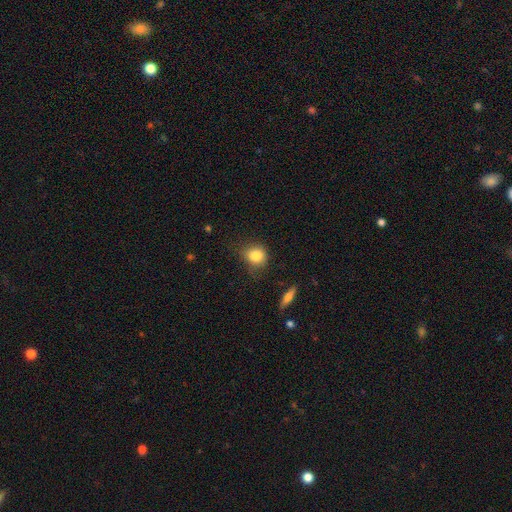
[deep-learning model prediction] Smooth or featured? Predicted: smooth (p=0.83). How rounded? Predicted: round (p=0.68). Merging? Predicted: none (p=0.66).